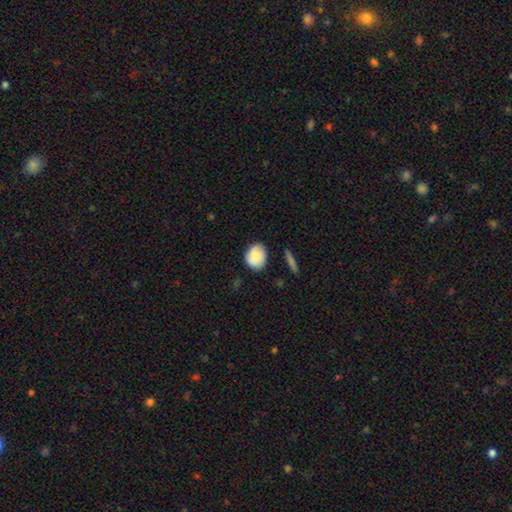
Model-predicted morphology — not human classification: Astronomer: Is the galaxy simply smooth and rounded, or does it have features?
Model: smooth — 78%.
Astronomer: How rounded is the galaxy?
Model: round — 57% (runner-up: in between, 42%).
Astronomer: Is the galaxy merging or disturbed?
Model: none — 78%.